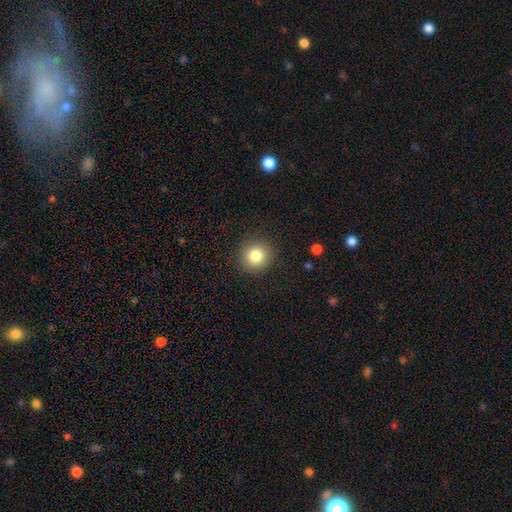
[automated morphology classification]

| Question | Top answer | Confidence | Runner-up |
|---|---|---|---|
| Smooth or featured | smooth | 83% | star or artifact (10%) |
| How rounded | round | 92% | in between (7%) |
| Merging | none | 90% | minor disturbance (7%) |